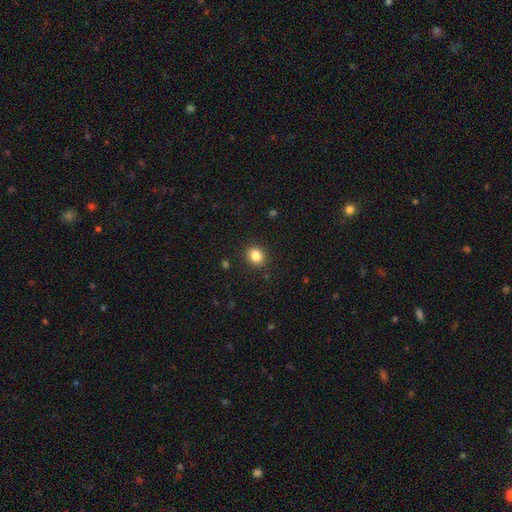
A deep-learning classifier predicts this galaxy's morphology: The model was most divided on "how rounded": round: 72%, in between: 27%, cigar-shaped: 1%. More confident: merging — none (90%); smooth or featured — smooth (84%).